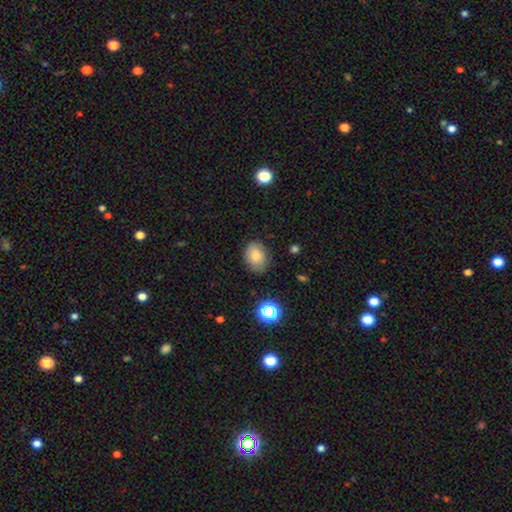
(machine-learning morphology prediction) This appears to be a smooth galaxy with no disk features (82%) that is in between round and cigar-shaped (68%). Merging: none (79%).